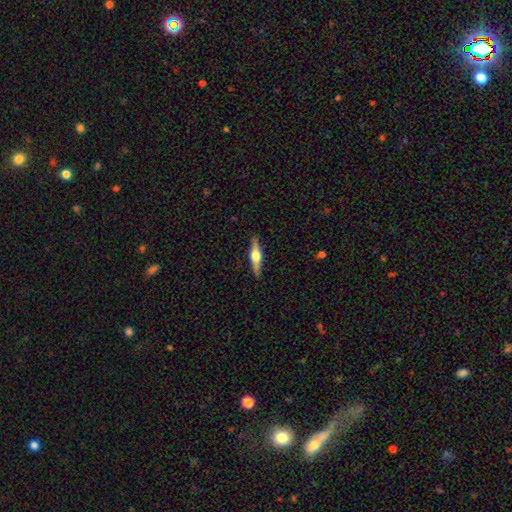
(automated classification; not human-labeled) Smooth or featured? Predicted: featured or disk (p=0.68). Edge-on disk? Predicted: yes (p=0.97). Edge-on bulge? Predicted: rounded (p=0.94). Merging? Predicted: none (p=0.90).